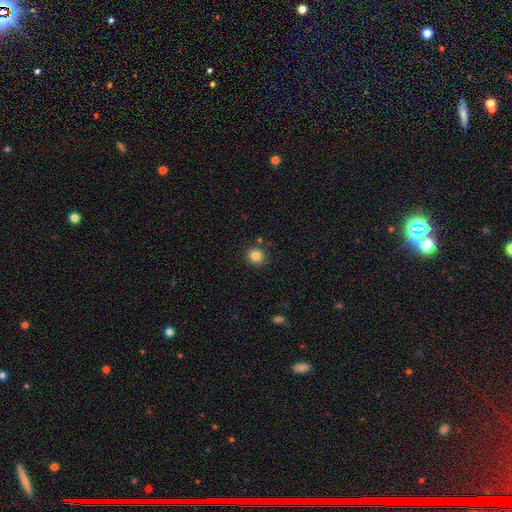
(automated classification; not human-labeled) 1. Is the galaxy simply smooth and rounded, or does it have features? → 84% smooth, 11% star or artifact, 6% featured or disk.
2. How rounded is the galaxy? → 86% round, 13% in between, 1% cigar-shaped.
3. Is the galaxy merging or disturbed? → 88% none, 7% minor disturbance, 3% merger, 2% major disturbance.